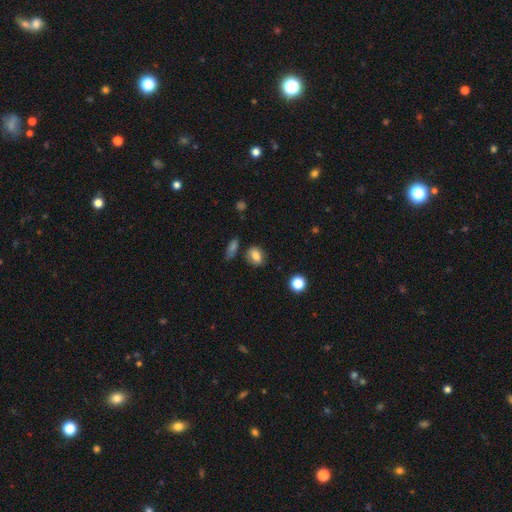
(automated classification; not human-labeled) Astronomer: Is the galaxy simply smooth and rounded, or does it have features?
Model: smooth — 80%.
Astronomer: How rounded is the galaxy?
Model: in between — 73%.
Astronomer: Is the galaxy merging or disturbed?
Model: none — 74%.